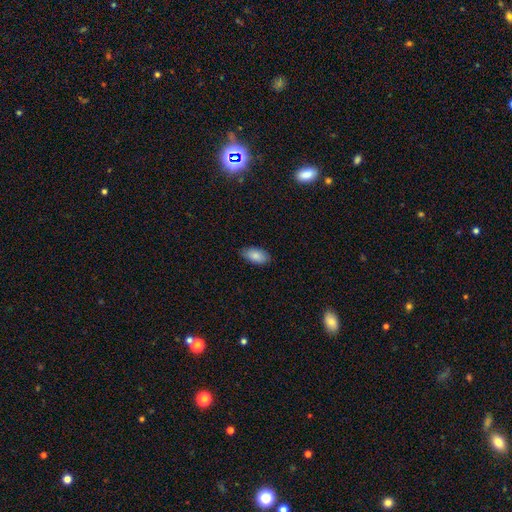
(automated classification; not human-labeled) Smooth or featured?
  - smooth: 85% *
  - featured or disk: 9%
  - star or artifact: 6%
How rounded?
  - in between: 94% *
  - cigar-shaped: 3%
  - round: 3%
Merging?
  - none: 83% *
  - minor disturbance: 14%
  - major disturbance: 2%
  - merger: 1%